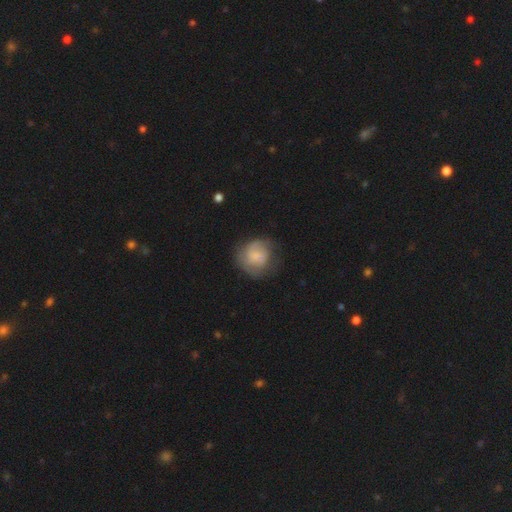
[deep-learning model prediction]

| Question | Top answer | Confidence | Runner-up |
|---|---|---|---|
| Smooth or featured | smooth | 57% | featured or disk (36%) |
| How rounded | round | 78% | in between (21%) |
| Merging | none | 54% | minor disturbance (25%) |